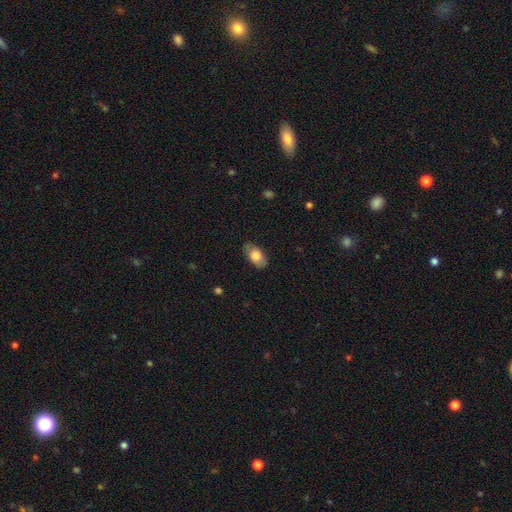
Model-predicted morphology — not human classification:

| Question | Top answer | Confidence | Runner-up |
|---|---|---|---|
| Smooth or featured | smooth | 76% | featured or disk (18%) |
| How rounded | in between | 93% | round (5%) |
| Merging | none | 80% | minor disturbance (16%) |